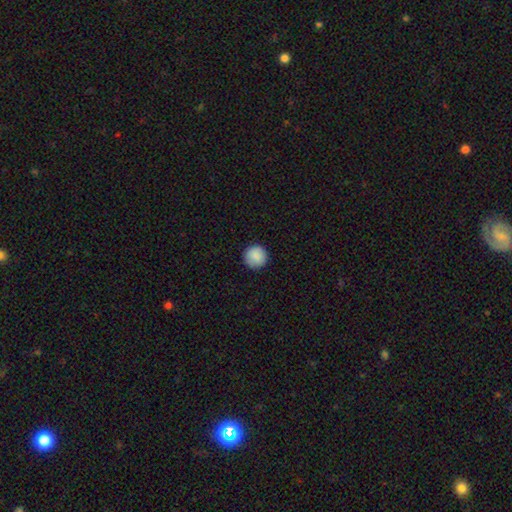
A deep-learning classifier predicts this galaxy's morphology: Smooth or featured? smooth (89%)
How rounded? round (96%)
Merging? none (90%)